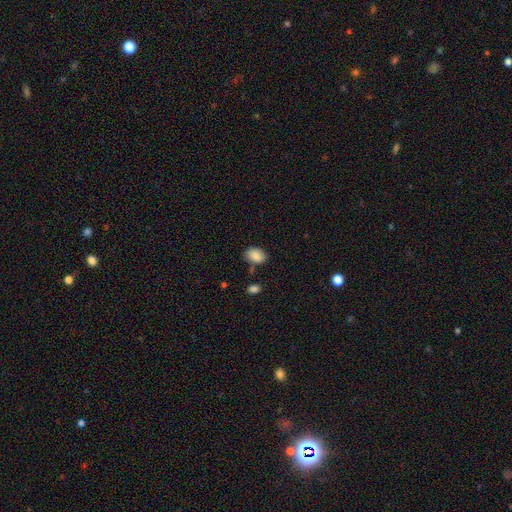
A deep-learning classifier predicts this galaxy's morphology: A smooth galaxy with no disk features (87%) that is in between round and cigar-shaped (82%).

Vote fractions:
- Smooth or featured? smooth: 87% / star or artifact: 8% / featured or disk: 5%
- How rounded? in between: 82% / round: 17% / cigar-shaped: 1%
- Merging? none: 69% / minor disturbance: 20% / merger: 7% / major disturbance: 5%